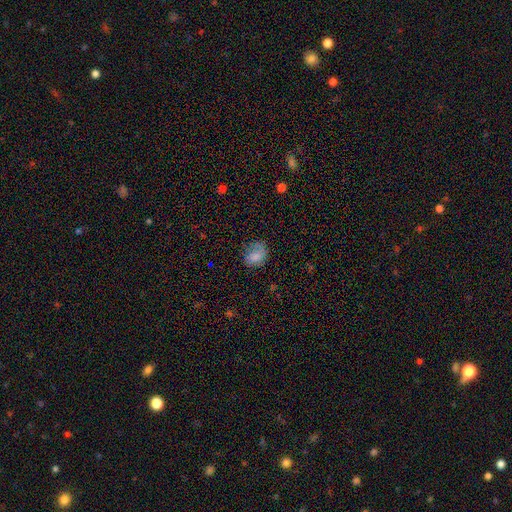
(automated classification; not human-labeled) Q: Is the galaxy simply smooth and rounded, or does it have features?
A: smooth — 77%.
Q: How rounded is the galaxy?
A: in between — 60%.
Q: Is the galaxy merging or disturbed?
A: none — 52%.